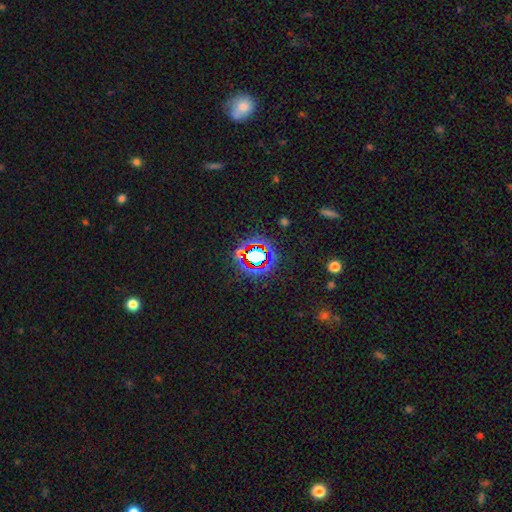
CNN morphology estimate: smooth_or_featured: star or artifact (p=0.68) [alt: smooth p=0.20]